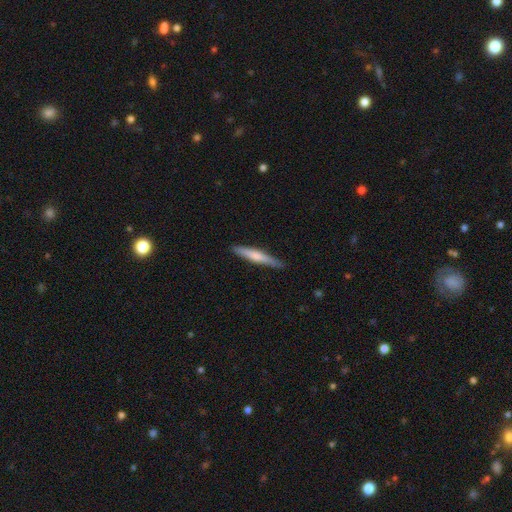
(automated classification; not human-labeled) A smooth galaxy with no disk features (59%) that is cigar-shaped (92%). Merging: none (86%).